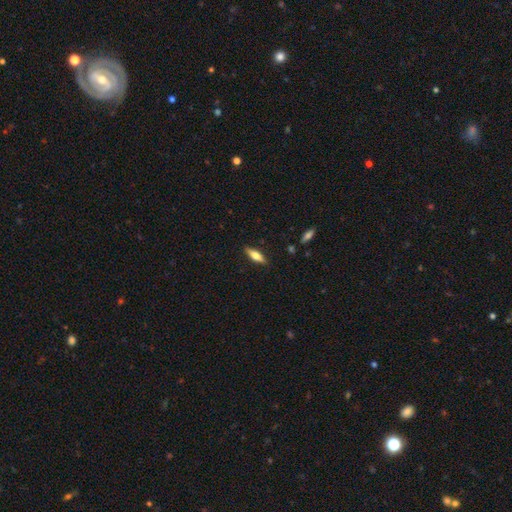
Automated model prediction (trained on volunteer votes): smooth-or-featured: smooth: 56% | featured or disk: 37% | star or artifact: 7%
  how-rounded: in between: 50% | cigar-shaped: 47% | round: 2%
  merging: none: 86% | minor disturbance: 10% | major disturbance: 2% | merger: 1%